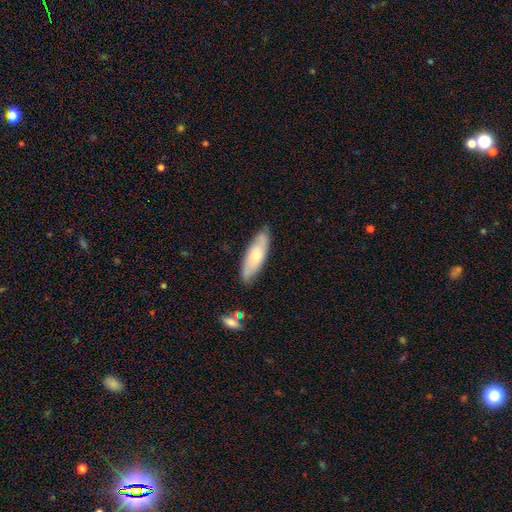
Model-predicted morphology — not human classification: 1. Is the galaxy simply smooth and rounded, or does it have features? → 56% smooth, 38% featured or disk, 6% star or artifact.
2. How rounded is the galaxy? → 53% in between, 45% cigar-shaped, 2% round.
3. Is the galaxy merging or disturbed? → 79% none, 16% minor disturbance, 3% major disturbance, 2% merger.